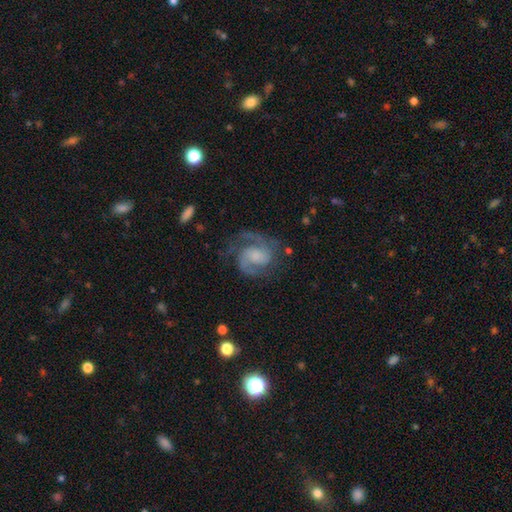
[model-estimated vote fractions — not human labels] A featured or disk galaxy (87%) with no bar (57%), 2 (83%) medium (55%) spiral arms (97%) and a small central bulge (29%). Merging: none (69%).